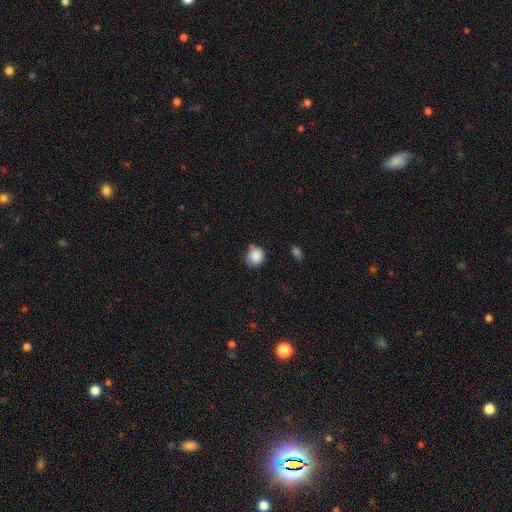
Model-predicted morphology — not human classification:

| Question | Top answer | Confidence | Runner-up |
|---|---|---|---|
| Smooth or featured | smooth | 87% | star or artifact (8%) |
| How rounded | round | 78% | in between (21%) |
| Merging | none | 67% | minor disturbance (24%) |